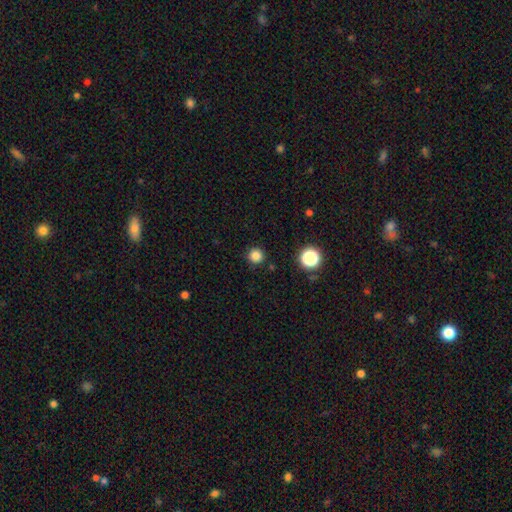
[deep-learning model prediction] Smooth or featured? Predicted: smooth (p=0.83). How rounded? Predicted: round (p=0.95). Merging? Predicted: none (p=0.91).